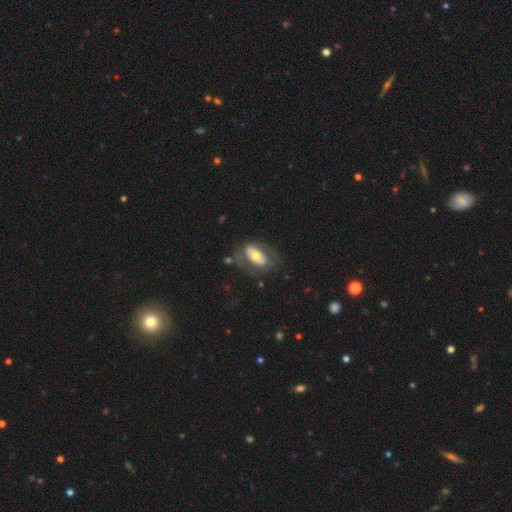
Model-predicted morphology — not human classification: featured or disk 53%, smooth 41%, star or artifact 6%. Down the decision tree: edge-on disk — no (89%); merging — none (58%).